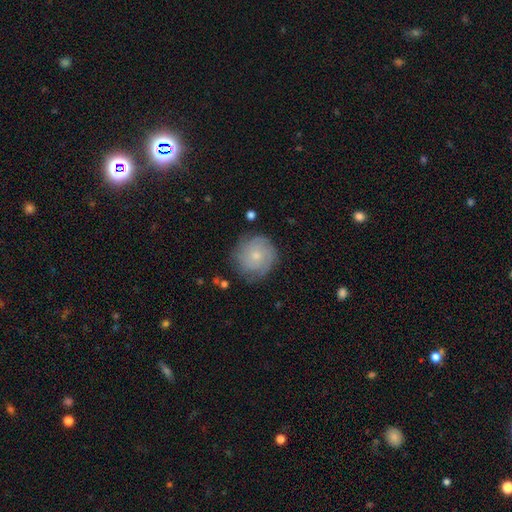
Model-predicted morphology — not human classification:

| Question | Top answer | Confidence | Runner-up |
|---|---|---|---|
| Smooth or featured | featured or disk | 50% | smooth (41%) |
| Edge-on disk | no | 97% | yes (3%) |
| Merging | none | 76% | minor disturbance (17%) |